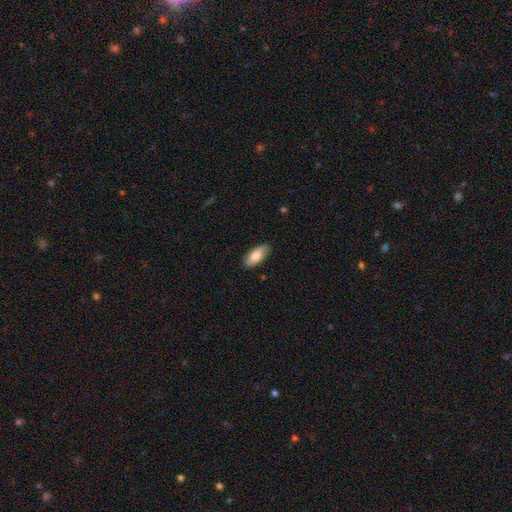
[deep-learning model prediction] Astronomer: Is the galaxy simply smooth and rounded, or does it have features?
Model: smooth — 78%.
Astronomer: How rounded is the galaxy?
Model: in between — 86%.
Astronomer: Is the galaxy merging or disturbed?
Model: none — 84%.